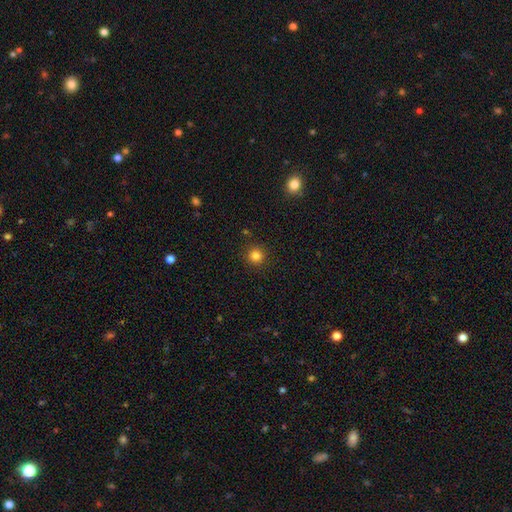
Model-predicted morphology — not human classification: smooth 83%, star or artifact 13%, featured or disk 4%. Down the decision tree: how rounded — round (95%); merging — none (91%).